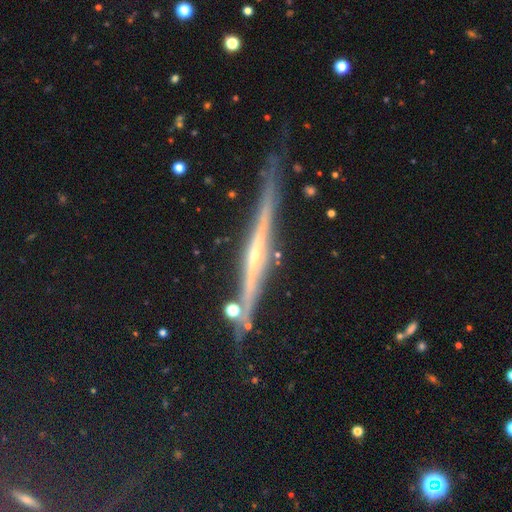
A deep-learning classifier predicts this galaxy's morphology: type=featured or disk (74%); edge-on=yes (95%); edge-on bulge=rounded (46%); merging=none (77%).